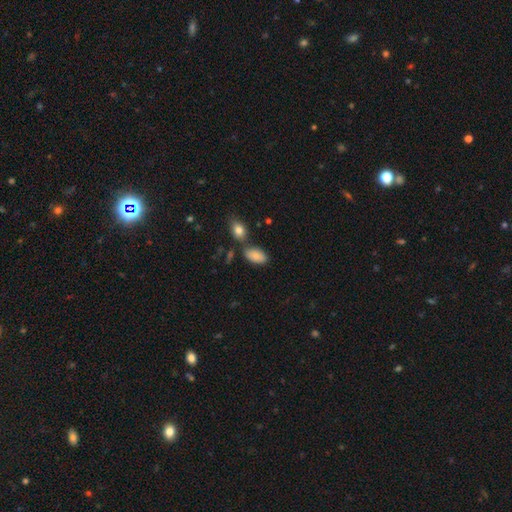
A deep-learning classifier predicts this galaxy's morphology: Smooth or featured? smooth (85%)
How rounded? in between (94%)
Merging? none (65%)